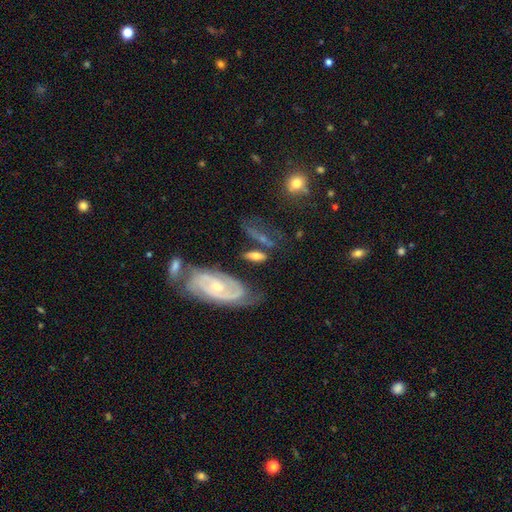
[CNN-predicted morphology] smooth_or_featured: smooth (p=0.46) [alt: featured or disk p=0.44]
merging: none (p=0.54) [alt: minor disturbance p=0.22]